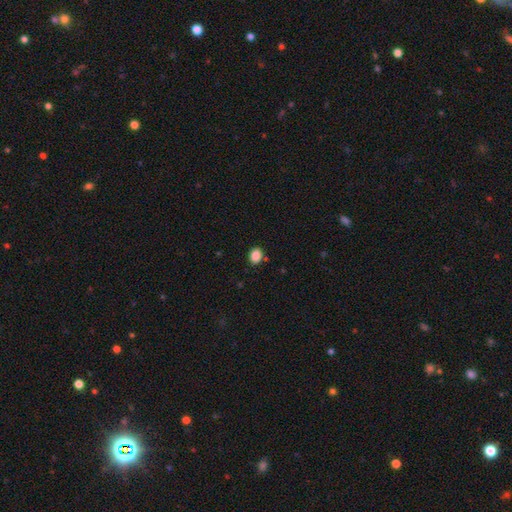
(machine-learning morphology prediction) This is clearly a smooth galaxy (87%). How rounded: likely in between (62%). Merging: clearly none (86%).